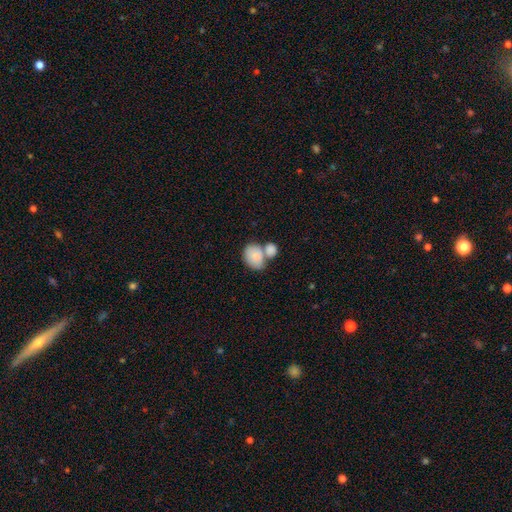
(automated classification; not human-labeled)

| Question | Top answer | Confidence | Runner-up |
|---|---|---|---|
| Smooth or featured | smooth | 80% | featured or disk (13%) |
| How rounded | in between | 61% | round (38%) |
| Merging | merger | 51% | none (33%) |